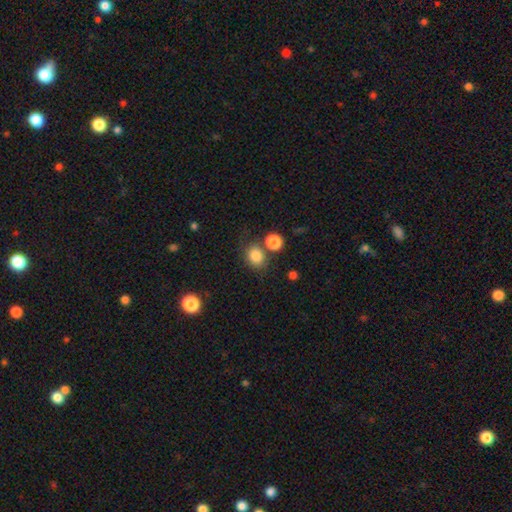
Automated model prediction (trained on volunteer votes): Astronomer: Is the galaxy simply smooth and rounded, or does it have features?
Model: smooth — 83%.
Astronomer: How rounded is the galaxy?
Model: round — 61% (runner-up: in between, 38%).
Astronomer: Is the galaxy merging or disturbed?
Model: none — 65%.